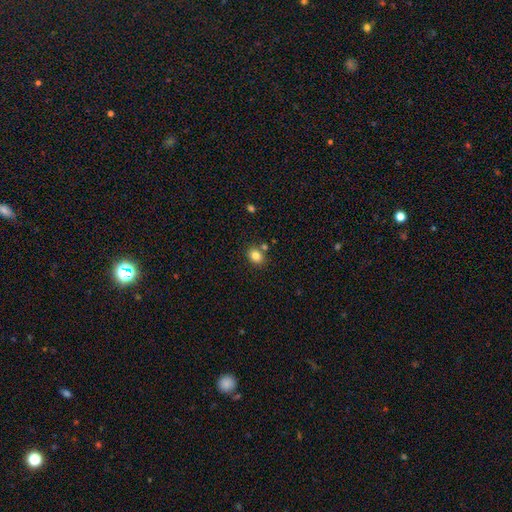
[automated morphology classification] smooth-or-featured: smooth: 82% | star or artifact: 11% | featured or disk: 7%
  how-rounded: round: 56% | in between: 43% | cigar-shaped: 1%
  merging: none: 78% | minor disturbance: 10% | merger: 10% | major disturbance: 2%